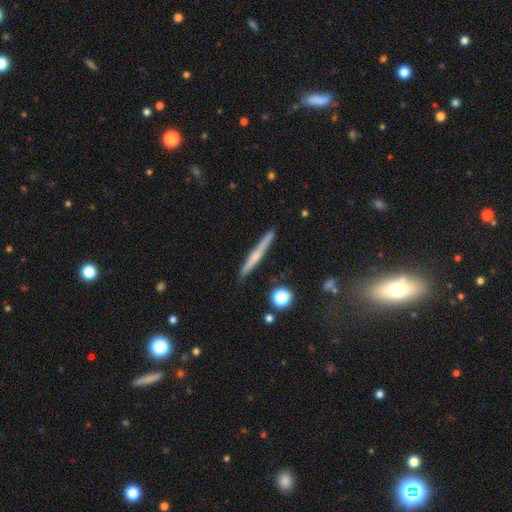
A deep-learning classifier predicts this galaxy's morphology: Smooth or featured? Predicted: featured or disk (p=0.53). Edge-on disk? Predicted: yes (p=0.97). Edge-on bulge? Predicted: rounded (p=0.49). Merging? Predicted: none (p=0.89).